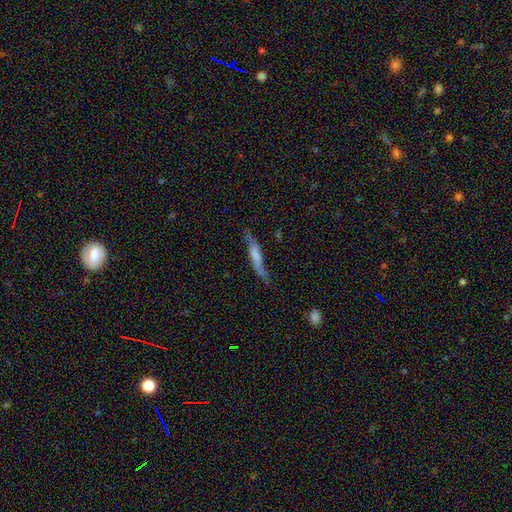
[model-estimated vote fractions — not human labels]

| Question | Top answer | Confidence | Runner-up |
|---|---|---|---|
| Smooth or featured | smooth | 49% | featured or disk (44%) |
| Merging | none | 62% | minor disturbance (26%) |